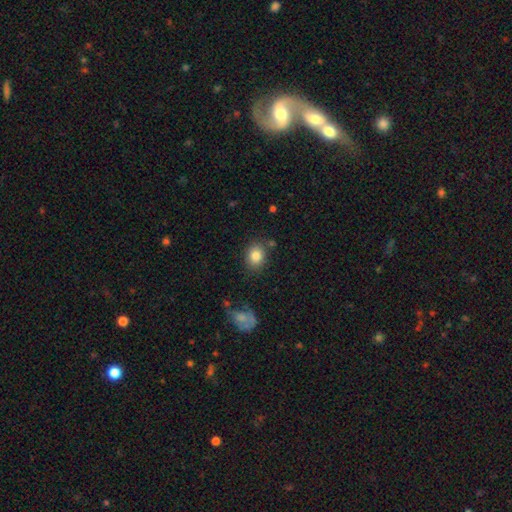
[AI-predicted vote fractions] Smooth or featured? smooth (84%)
How rounded? round (53%)
Merging? none (79%)